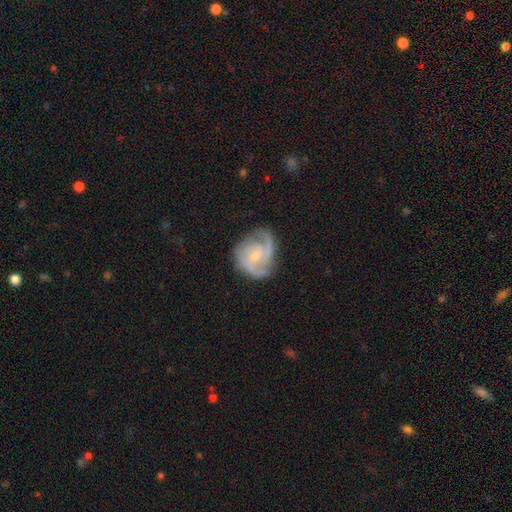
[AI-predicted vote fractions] Smooth or featured? featured or disk (87%)
Edge-on disk? no (98%)
Bar? no (54%)
Spiral arms? yes (97%)
Spiral winding? medium (49%)
Spiral arm count? 2 (46%)
Bulge size? small (67%)
Merging? none (67%)